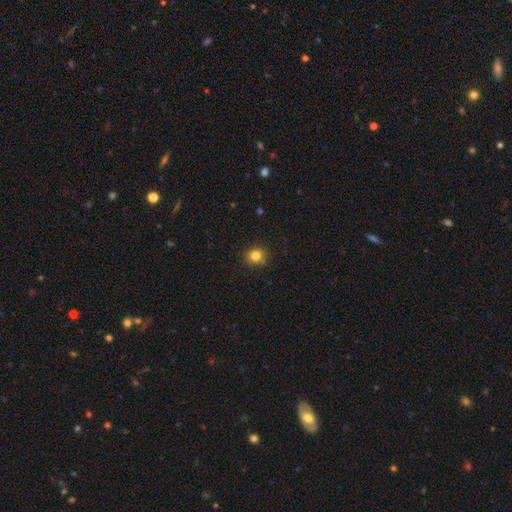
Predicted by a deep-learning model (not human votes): Morphology: type=smooth (81%); roundness=round (89%); merging=none (88%).